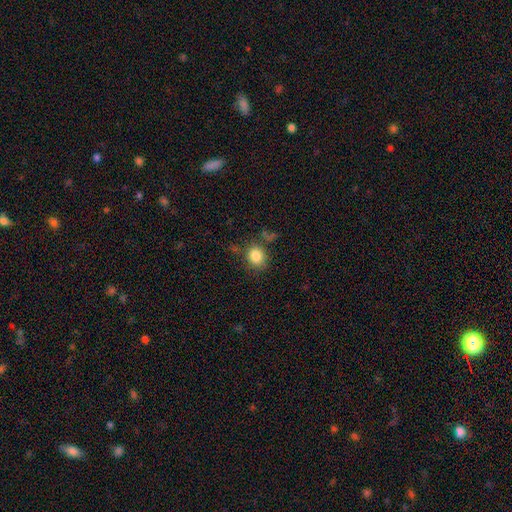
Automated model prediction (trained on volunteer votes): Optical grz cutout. It shows a smooth galaxy with no disk features (84%) that is round (69%). Merging: none (73%).